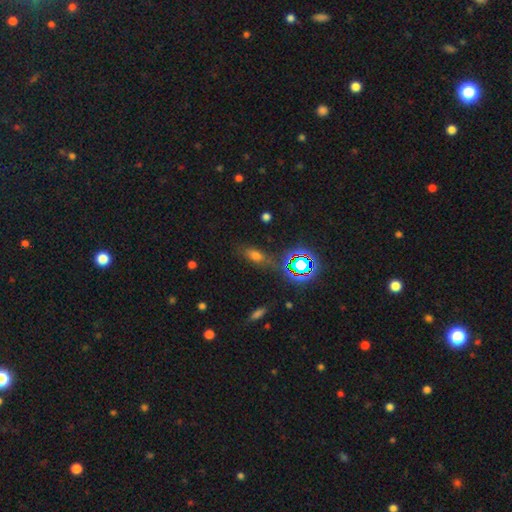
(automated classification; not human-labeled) This is possibly a smooth galaxy (54%). How rounded: likely in between (68%). Merging: likely none (67%).